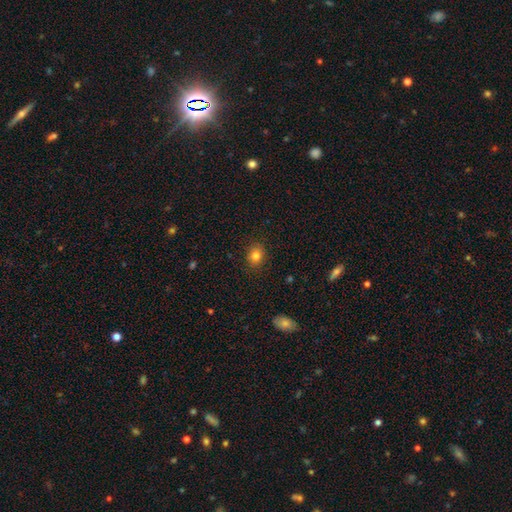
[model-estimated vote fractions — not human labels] smooth-or-featured: smooth: 83% | star or artifact: 11% | featured or disk: 6%
  how-rounded: round: 55% | in between: 44% | cigar-shaped: 1%
  merging: none: 87% | minor disturbance: 9% | major disturbance: 2% | merger: 1%